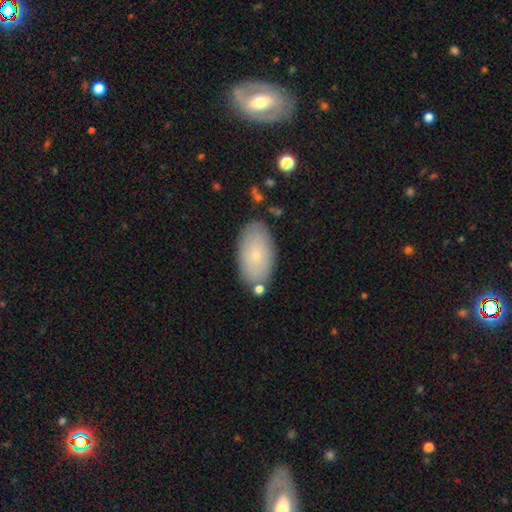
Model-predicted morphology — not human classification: Overall: smooth (67%). How rounded: in between (94%). Merging: none (80%).